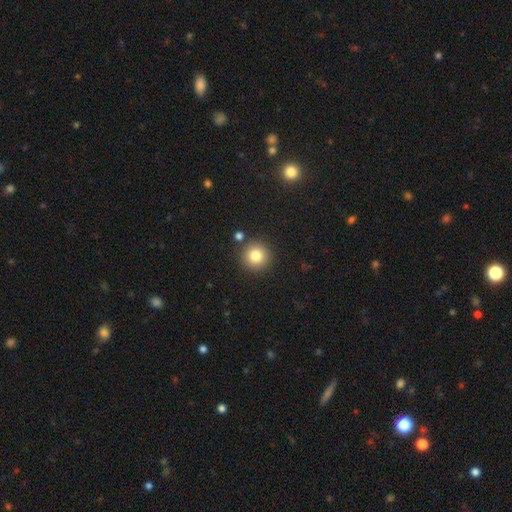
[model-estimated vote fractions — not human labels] This appears to be a smooth galaxy with no disk features (82%) that is round (95%). Merging: none (87%).